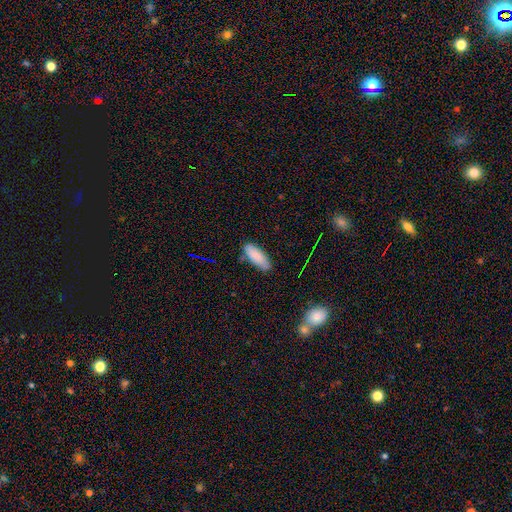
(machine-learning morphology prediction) Smooth or featured? smooth (85%)
How rounded? in between (73%)
Merging? none (79%)